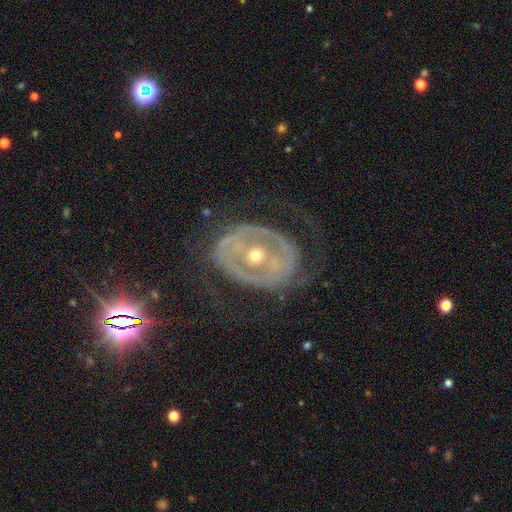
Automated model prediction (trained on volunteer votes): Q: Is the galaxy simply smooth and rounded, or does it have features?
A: featured or disk — 81%.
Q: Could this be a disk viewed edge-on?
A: no — 95%.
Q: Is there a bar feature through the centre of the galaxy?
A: no — 57%.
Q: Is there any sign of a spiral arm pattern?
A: yes — 52%.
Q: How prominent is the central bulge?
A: small — 48%, tied with moderate.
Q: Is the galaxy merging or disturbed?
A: none — 56%.